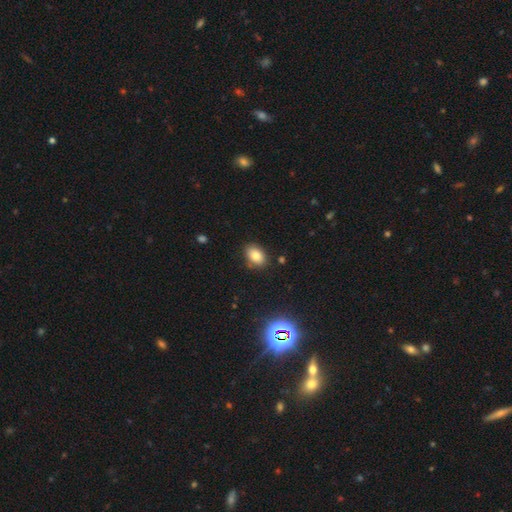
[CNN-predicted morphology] Smooth or featured?
  - smooth: 81% *
  - star or artifact: 11%
  - featured or disk: 8%
How rounded?
  - in between: 84% *
  - round: 15%
  - cigar-shaped: 1%
Merging?
  - none: 83% *
  - minor disturbance: 12%
  - major disturbance: 3%
  - merger: 3%